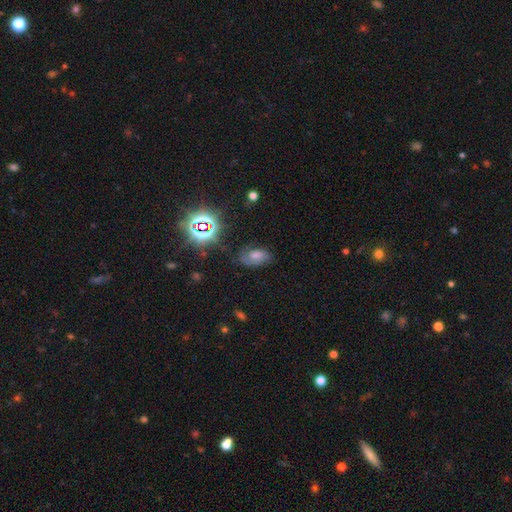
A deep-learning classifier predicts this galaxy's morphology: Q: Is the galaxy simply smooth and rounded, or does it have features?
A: featured or disk — 36%, tied with star or artifact.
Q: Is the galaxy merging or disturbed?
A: none — 69%.